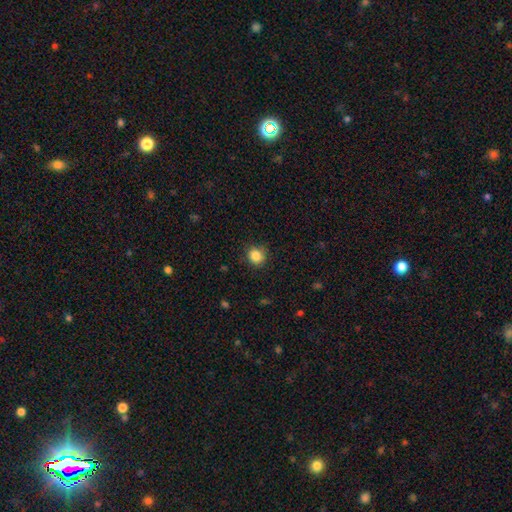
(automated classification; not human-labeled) Q: Smooth or featured?
A: smooth (85%); runner-up: star or artifact (11%)
Q: How rounded?
A: round (88%); runner-up: in between (11%)
Q: Merging?
A: none (86%); runner-up: minor disturbance (11%)